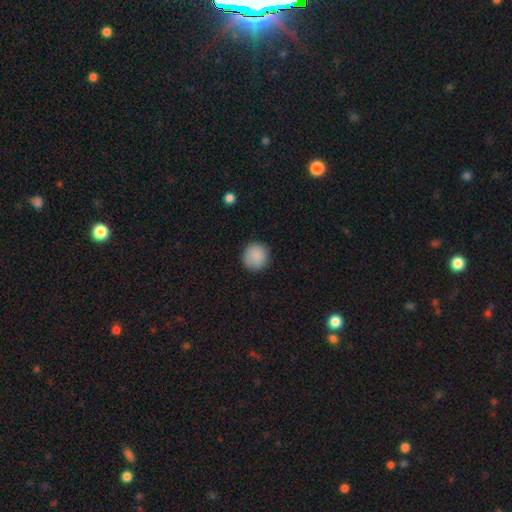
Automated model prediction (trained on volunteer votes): Q: Smooth or featured?
A: smooth (89%); runner-up: star or artifact (7%)
Q: How rounded?
A: round (93%); runner-up: in between (6%)
Q: Merging?
A: none (88%); runner-up: minor disturbance (8%)